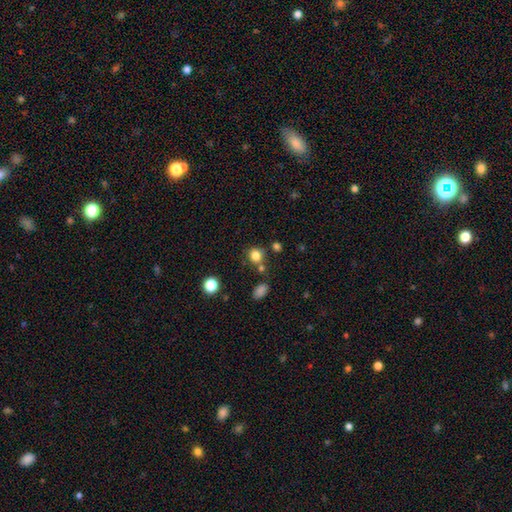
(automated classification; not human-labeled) Overall: smooth (80%). How rounded: round (81%). Merging: none (72%).